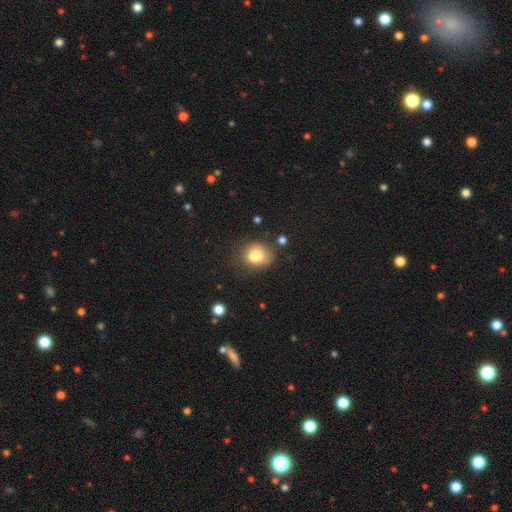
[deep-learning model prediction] smooth_or_featured: smooth (p=0.81) [alt: star or artifact p=0.10]
how_rounded: round (p=0.61) [alt: in between p=0.38]
merging: none (p=0.64) [alt: minor disturbance p=0.23]